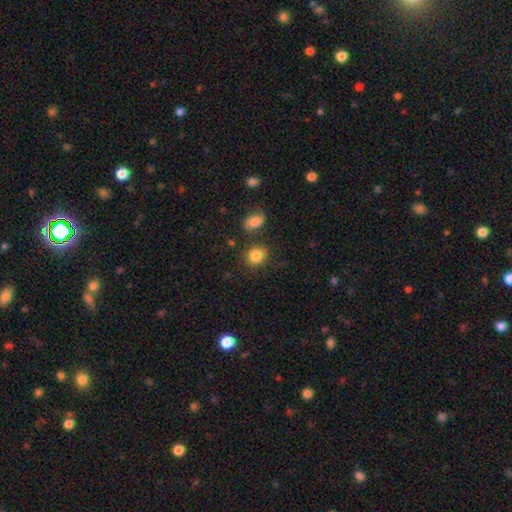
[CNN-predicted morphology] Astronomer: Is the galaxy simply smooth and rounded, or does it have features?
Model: smooth — 84%.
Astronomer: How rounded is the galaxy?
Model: round — 68%.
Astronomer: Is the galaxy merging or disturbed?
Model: none — 75%.